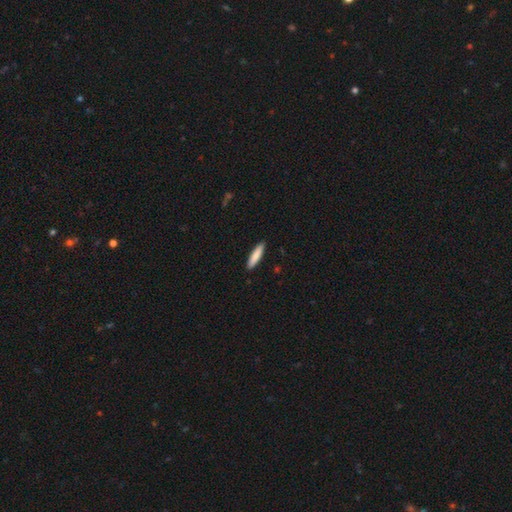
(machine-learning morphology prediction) This appears to be a smooth galaxy with no disk features (82%) that is cigar-shaped (84%). Merging: none (90%).